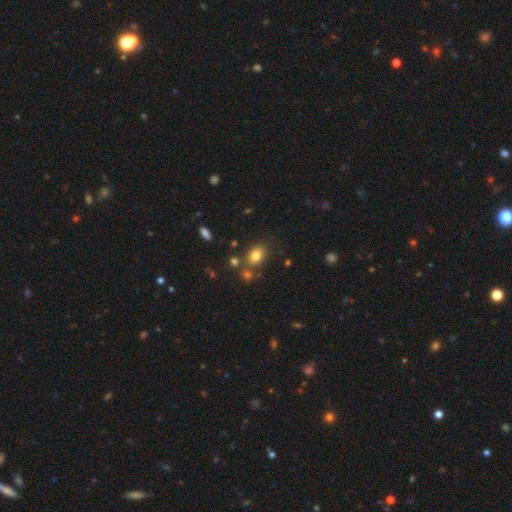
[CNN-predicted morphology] This is likely a smooth galaxy (79%). How rounded: likely in between (74%). Merging: likely none (68%).